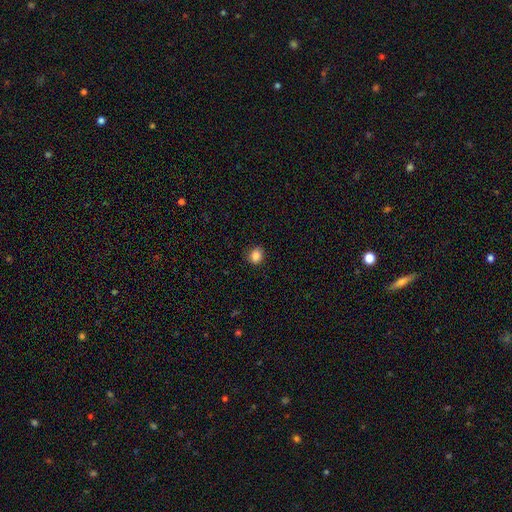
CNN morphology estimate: Smooth or featured?
  - smooth: 85% *
  - star or artifact: 10%
  - featured or disk: 4%
How rounded?
  - round: 69% *
  - in between: 30%
  - cigar-shaped: 1%
Merging?
  - none: 84% *
  - minor disturbance: 12%
  - major disturbance: 3%
  - merger: 1%